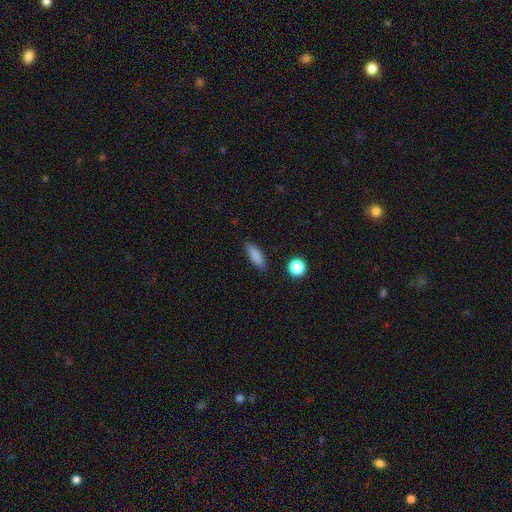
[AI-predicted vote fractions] This appears to be a smooth galaxy with no disk features (84%) that is in between round and cigar-shaped (54%). Merging: none (85%).